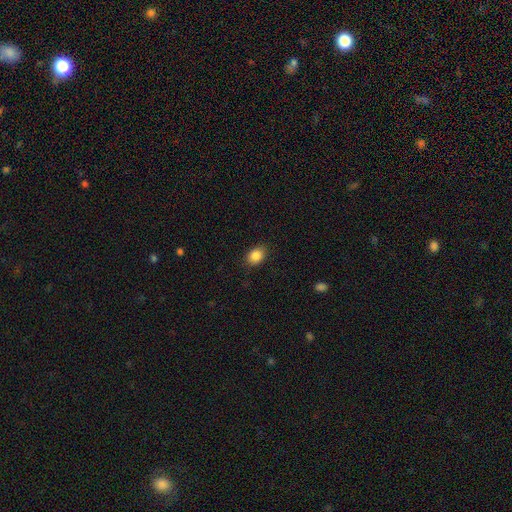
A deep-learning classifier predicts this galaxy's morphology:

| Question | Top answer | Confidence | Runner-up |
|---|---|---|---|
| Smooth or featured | smooth | 87% | star or artifact (9%) |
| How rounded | in between | 69% | round (29%) |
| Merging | none | 85% | minor disturbance (11%) |